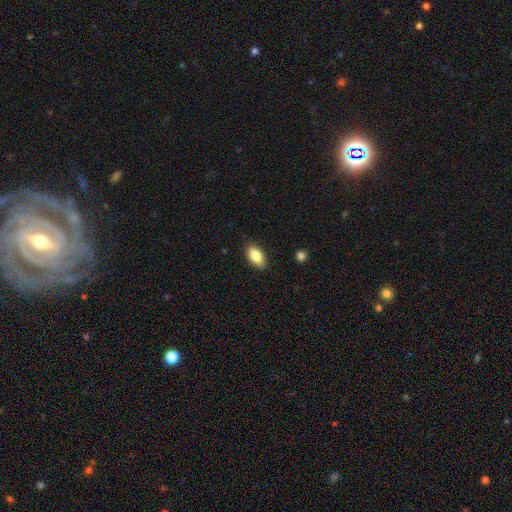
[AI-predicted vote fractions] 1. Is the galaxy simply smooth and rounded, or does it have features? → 86% smooth, 7% featured or disk, 7% star or artifact.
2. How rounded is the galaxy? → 92% in between, 5% cigar-shaped, 3% round.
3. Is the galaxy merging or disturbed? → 86% none, 11% minor disturbance, 2% major disturbance, 1% merger.